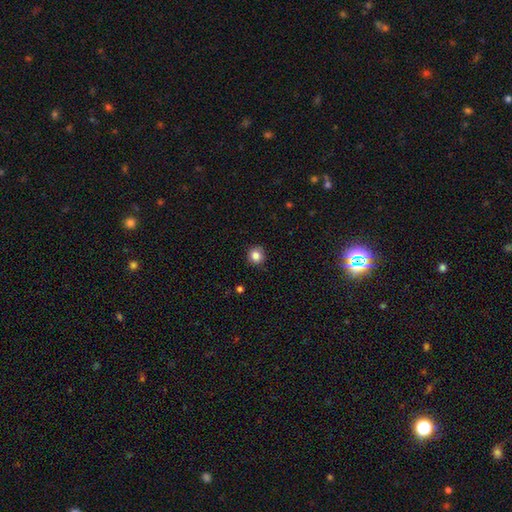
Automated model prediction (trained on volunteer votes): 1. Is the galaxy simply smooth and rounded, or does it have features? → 84% smooth, 11% star or artifact, 5% featured or disk.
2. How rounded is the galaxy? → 92% round, 7% in between, 1% cigar-shaped.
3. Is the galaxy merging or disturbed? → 89% none, 8% minor disturbance, 2% major disturbance, 1% merger.